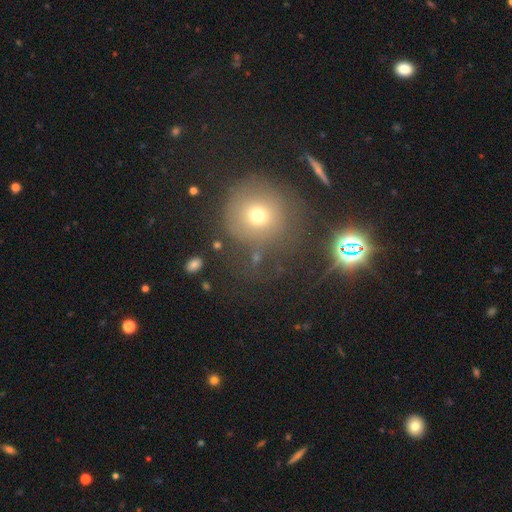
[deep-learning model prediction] Smooth or featured?
  - smooth: 55% *
  - star or artifact: 29%
  - featured or disk: 17%
How rounded?
  - round: 93% *
  - in between: 6%
  - cigar-shaped: 1%
Merging?
  - none: 70% *
  - minor disturbance: 15%
  - major disturbance: 10%
  - merger: 5%